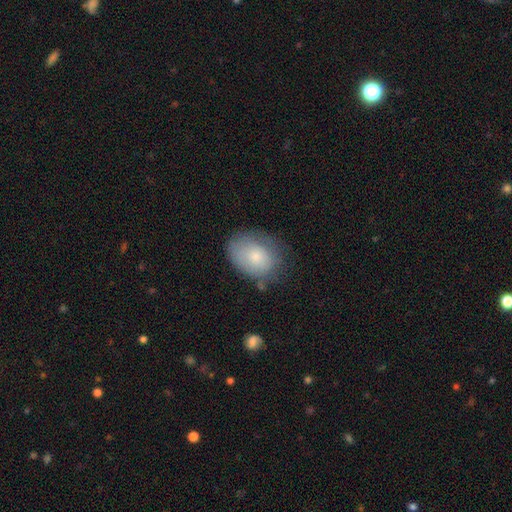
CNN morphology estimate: Overall: smooth (74%). How rounded: in between (71%). Merging: none (63%; minor disturbance 26%).